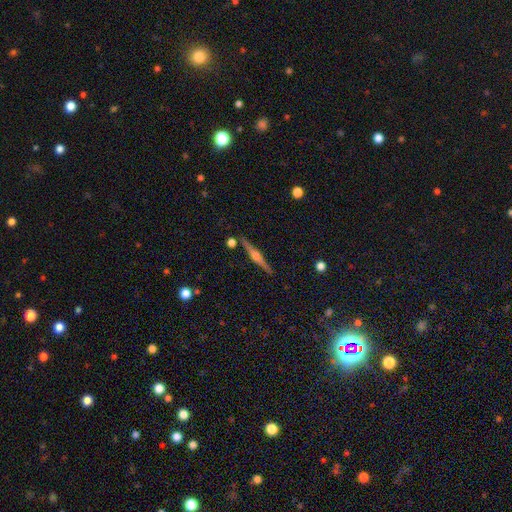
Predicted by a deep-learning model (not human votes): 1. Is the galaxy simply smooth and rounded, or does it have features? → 78% featured or disk, 16% smooth, 6% star or artifact.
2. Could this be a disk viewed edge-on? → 98% yes, 2% no.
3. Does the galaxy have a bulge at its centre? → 87% rounded, 9% boxy, 4% none.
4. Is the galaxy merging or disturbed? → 89% none, 7% minor disturbance, 3% merger, 2% major disturbance.